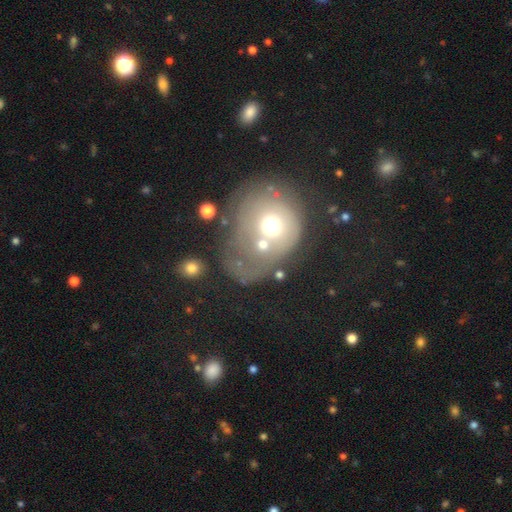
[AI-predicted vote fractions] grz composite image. It shows a smooth galaxy with no disk features (45%). Merging: none (34%).